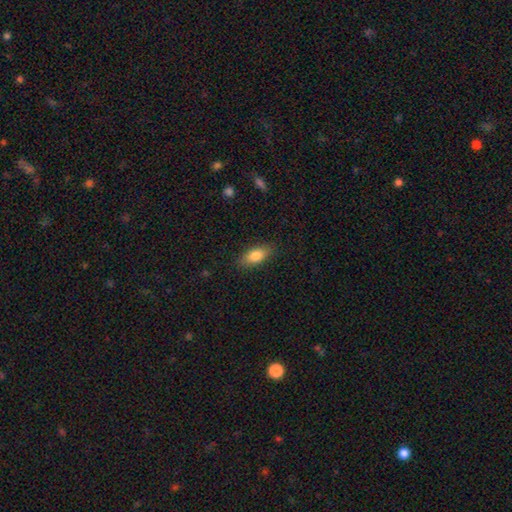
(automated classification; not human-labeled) Overall: smooth (80%). How rounded: in between (82%). Merging: none (86%).